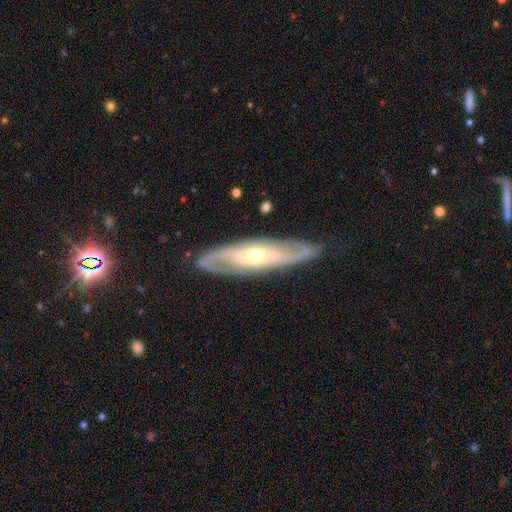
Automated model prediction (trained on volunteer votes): featured or disk 82%, smooth 13%, star or artifact 5%. Down the decision tree: edge-on disk — no (75%); bar — no (55%); spiral arms — yes (89%); spiral arm count — 2 (76%); spiral winding — tight (42%, tied with medium); bulge size — moderate (57%); merging — none (81%).